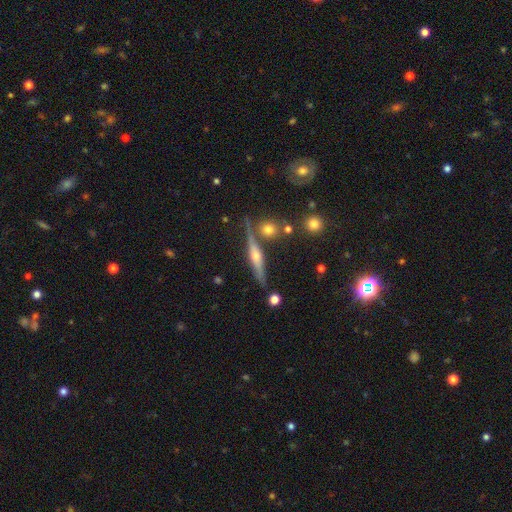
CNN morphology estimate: This is likely a featured or disk galaxy (70%). It is clearly viewed edge-on (95%). Edge-on bulge: clearly rounded (83%). Merging: likely none (79%).